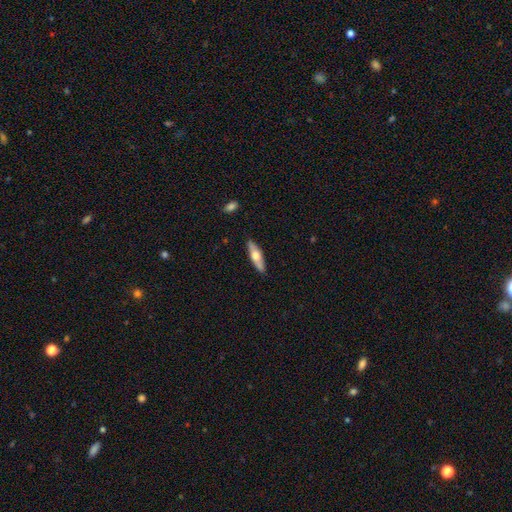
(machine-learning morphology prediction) The model was most divided on "smooth or featured": smooth: 49%, featured or disk: 45%, star or artifact: 5%. More confident: merging — none (87%).